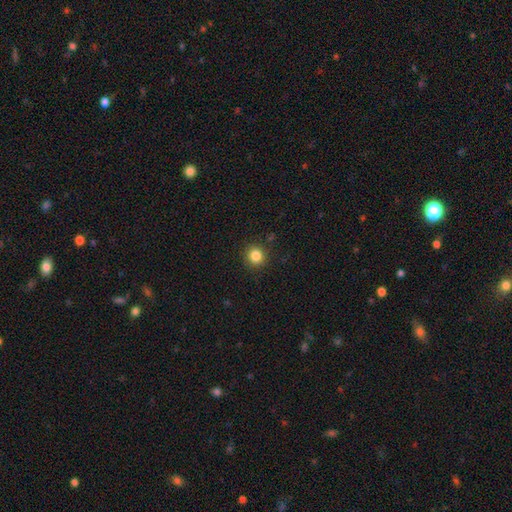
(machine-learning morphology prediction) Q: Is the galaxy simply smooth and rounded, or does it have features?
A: smooth — 85%.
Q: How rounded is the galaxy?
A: round — 90%.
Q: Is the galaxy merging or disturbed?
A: none — 90%.